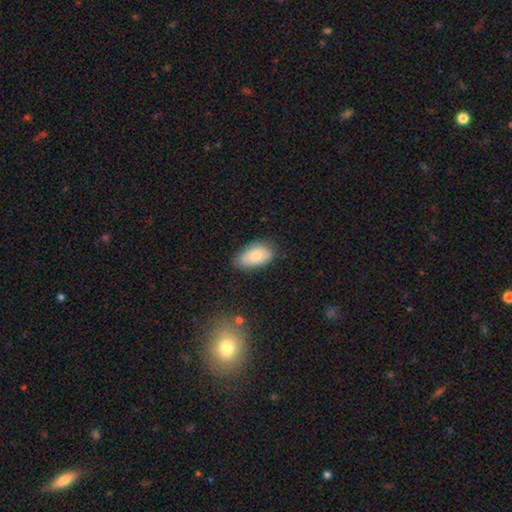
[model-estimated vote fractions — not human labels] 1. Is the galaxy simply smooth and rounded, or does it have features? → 80% smooth, 13% featured or disk, 7% star or artifact.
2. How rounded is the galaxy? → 93% in between, 5% round, 2% cigar-shaped.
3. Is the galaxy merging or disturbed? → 72% none, 22% minor disturbance, 4% major disturbance, 2% merger.